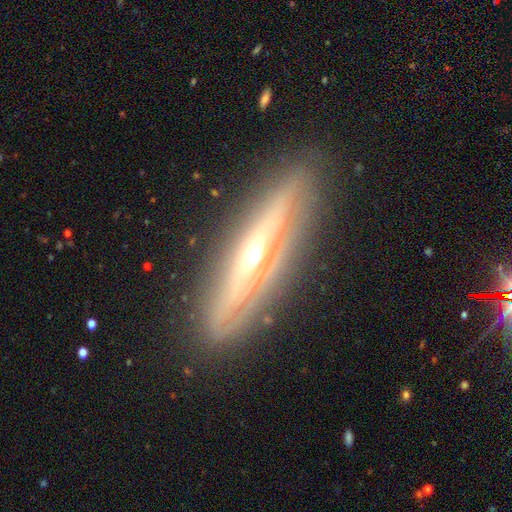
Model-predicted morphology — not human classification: Smooth or featured: featured or disk — 76% (smooth — 18%)
Edge-on disk: yes — 74% (no — 26%)
Edge-on bulge: rounded — 88% (none — 9%)
Merging: none — 84% (minor disturbance — 11%)